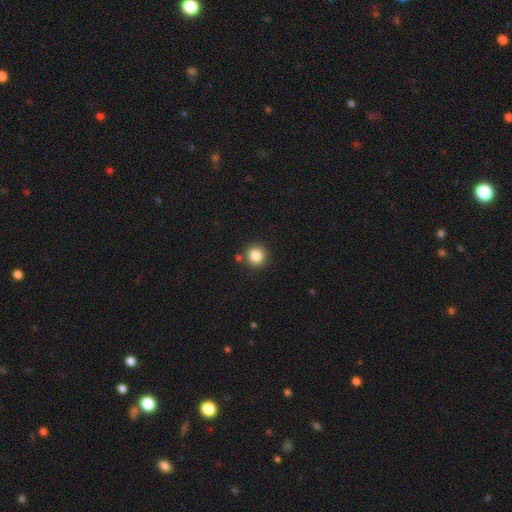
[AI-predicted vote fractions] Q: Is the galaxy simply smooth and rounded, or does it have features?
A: smooth — 84%.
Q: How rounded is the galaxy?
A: round — 95%.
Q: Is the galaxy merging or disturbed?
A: none — 85%.